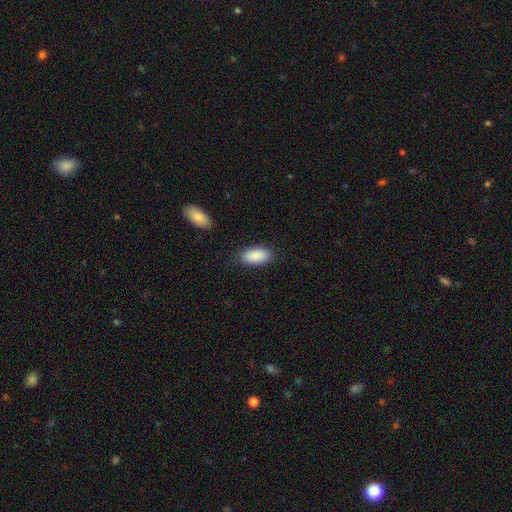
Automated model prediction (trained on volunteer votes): Smooth or featured: smooth — 90% (star or artifact — 6%)
How rounded: in between — 92% (cigar-shaped — 6%)
Merging: none — 86% (minor disturbance — 10%)